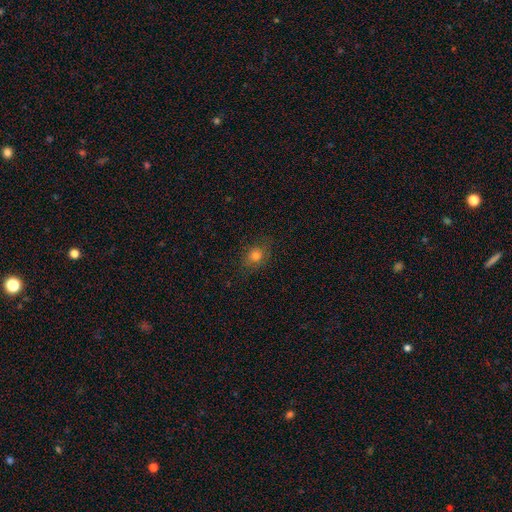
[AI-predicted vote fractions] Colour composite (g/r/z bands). It shows a smooth galaxy with no disk features (73%) that is round (59%). Merging: none (77%).